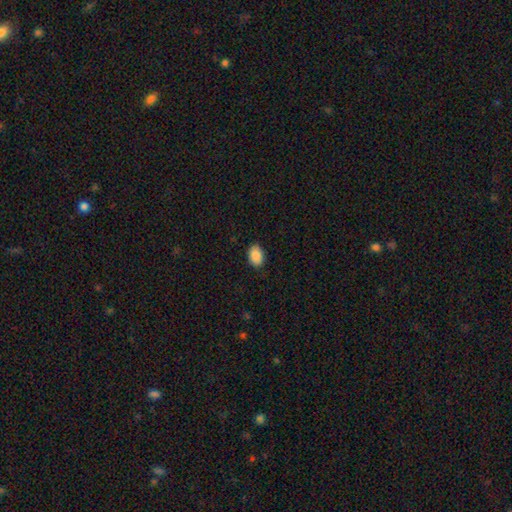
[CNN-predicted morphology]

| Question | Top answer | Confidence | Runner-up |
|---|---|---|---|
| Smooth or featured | smooth | 89% | star or artifact (7%) |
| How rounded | in between | 84% | round (15%) |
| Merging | none | 87% | minor disturbance (10%) |